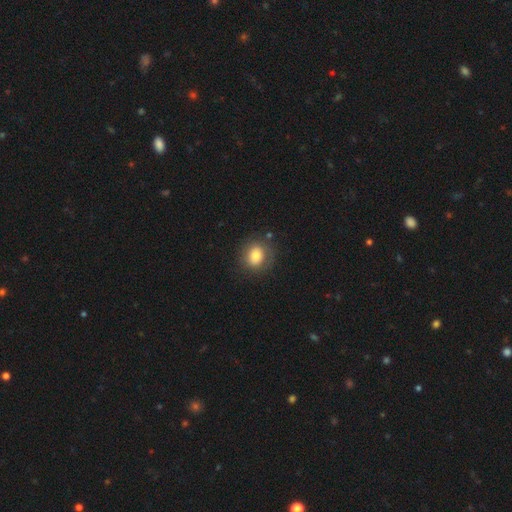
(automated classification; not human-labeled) Q: Smooth or featured?
A: smooth (75%); runner-up: featured or disk (16%)
Q: How rounded?
A: round (71%); runner-up: in between (28%)
Q: Merging?
A: none (78%); runner-up: minor disturbance (14%)